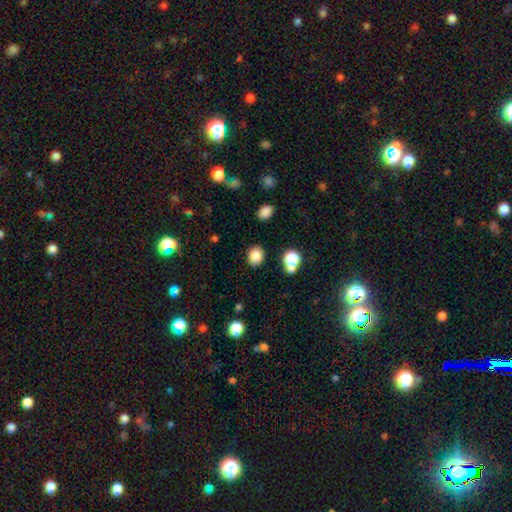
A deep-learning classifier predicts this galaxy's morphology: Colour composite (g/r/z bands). It shows a smooth galaxy with no disk features (83%) that is round (59%). Merging: none (83%).